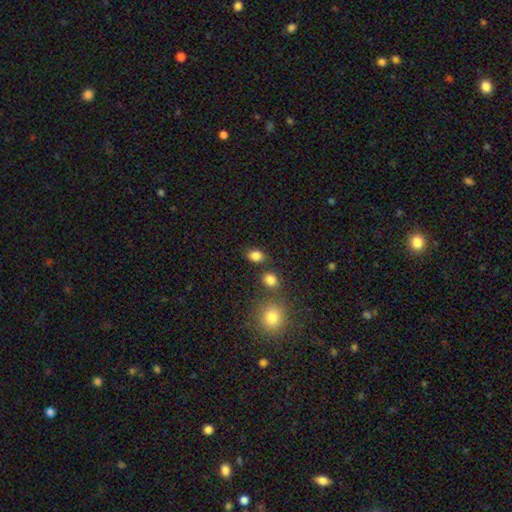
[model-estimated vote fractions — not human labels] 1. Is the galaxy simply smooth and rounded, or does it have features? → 84% smooth, 12% star or artifact, 5% featured or disk.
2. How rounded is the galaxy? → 55% in between, 44% round, 1% cigar-shaped.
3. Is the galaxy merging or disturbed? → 75% none, 12% minor disturbance, 9% merger, 4% major disturbance.